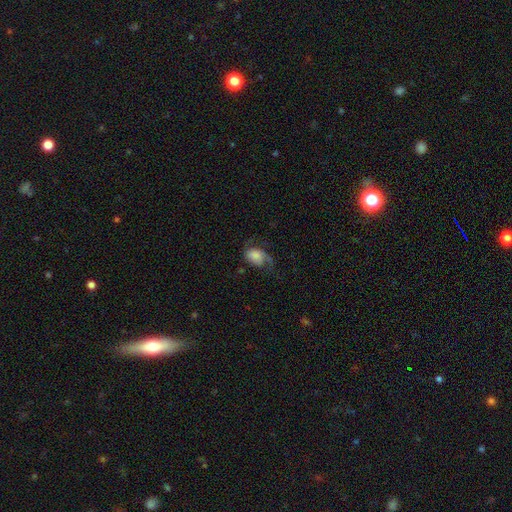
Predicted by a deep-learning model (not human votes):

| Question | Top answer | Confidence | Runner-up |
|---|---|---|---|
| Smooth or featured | featured or disk | 52% | smooth (39%) |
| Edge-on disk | no | 97% | yes (3%) |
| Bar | no | 71% | weak (23%) |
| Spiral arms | yes | 88% | no (12%) |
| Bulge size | large | 26% | moderate (22%) |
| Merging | none | 45% | major disturbance (29%) |